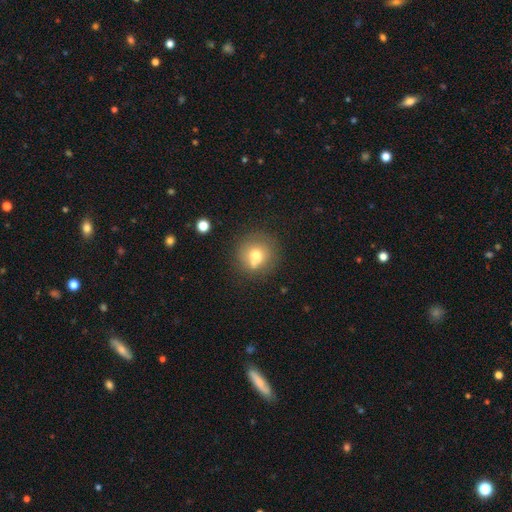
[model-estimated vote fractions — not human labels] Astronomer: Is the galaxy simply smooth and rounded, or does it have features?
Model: smooth — 68%.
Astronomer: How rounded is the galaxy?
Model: round — 89%.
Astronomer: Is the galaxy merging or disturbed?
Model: none — 58%.